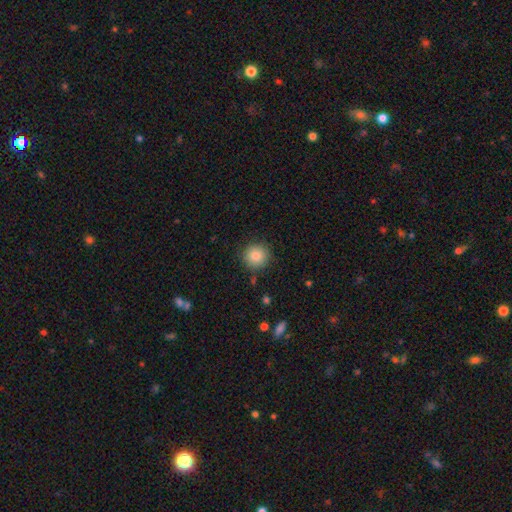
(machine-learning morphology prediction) Smooth or featured? Predicted: smooth (p=0.84). How rounded? Predicted: round (p=0.93). Merging? Predicted: none (p=0.88).